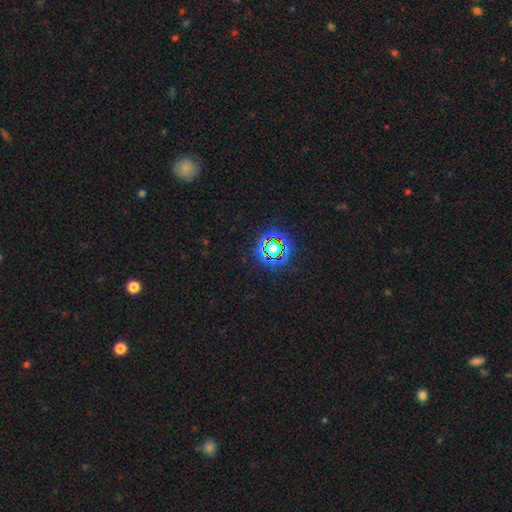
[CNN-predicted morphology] smooth_or_featured: star or artifact (p=0.59) [alt: smooth p=0.32]